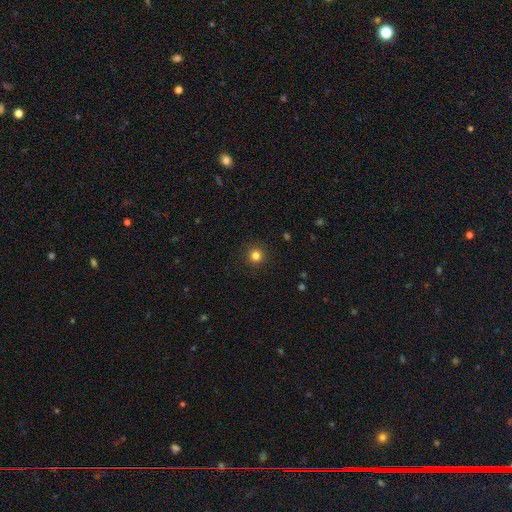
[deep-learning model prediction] A smooth galaxy with no disk features (82%) that is round (95%). Merging: none (92%).